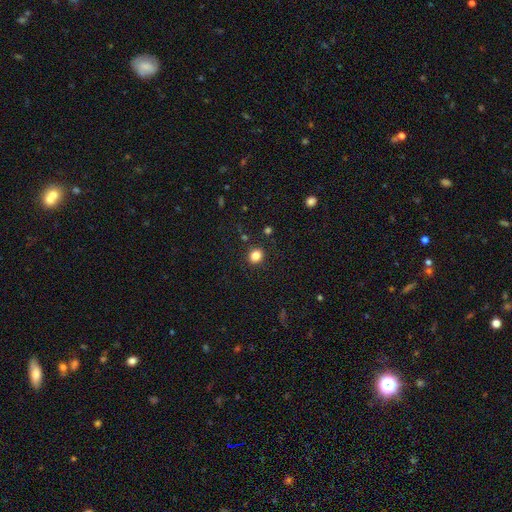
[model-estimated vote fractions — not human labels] Morphology: type=smooth (84%); roundness=round (71%); merging=none (88%).